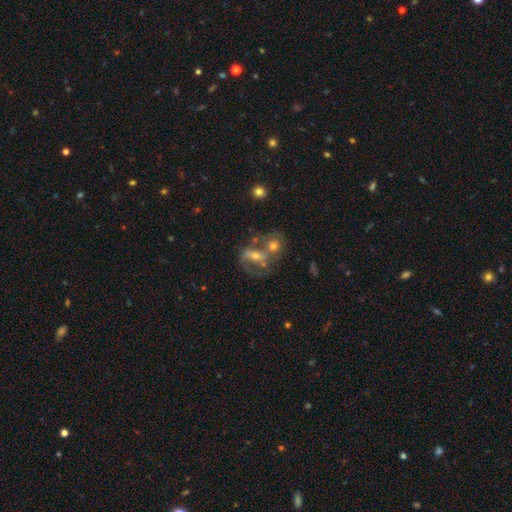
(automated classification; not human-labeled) Smooth or featured?
  - featured or disk: 64% *
  - smooth: 23%
  - star or artifact: 13%
Edge-on disk?
  - no: 95% *
  - yes: 5%
Bar?
  - no: 44% *
  - weak: 34%
  - strong: 22%
Spiral arms?
  - yes: 69% *
  - no: 31%
Bulge size?
  - moderate: 53% *
  - small: 37%
  - large: 5%
  - none: 4%
  - dominant: 2%
Merging?
  - merger: 60% *
  - none: 24%
  - major disturbance: 9%
  - minor disturbance: 8%